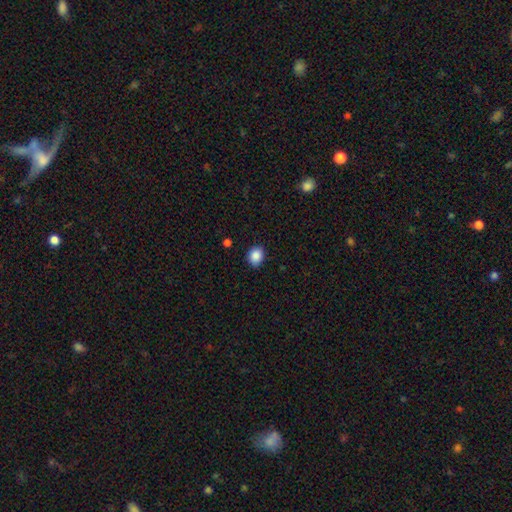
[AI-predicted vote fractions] Smooth or featured? Predicted: smooth (p=0.88). How rounded? Predicted: round (p=0.57). Merging? Predicted: none (p=0.84).